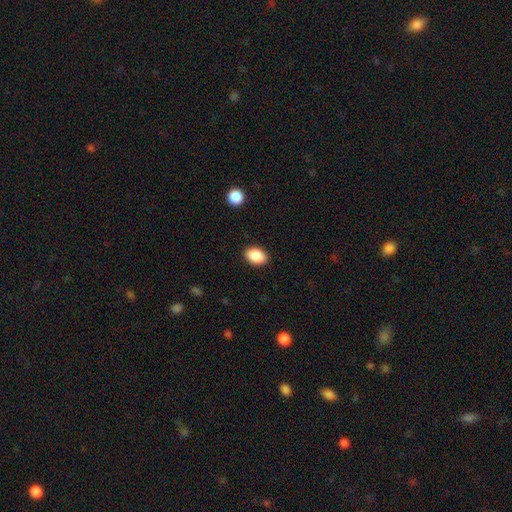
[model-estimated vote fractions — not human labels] smooth_or_featured: smooth (p=0.89) [alt: star or artifact p=0.08]
how_rounded: in between (p=0.86) [alt: round p=0.13]
merging: none (p=0.89) [alt: minor disturbance p=0.08]